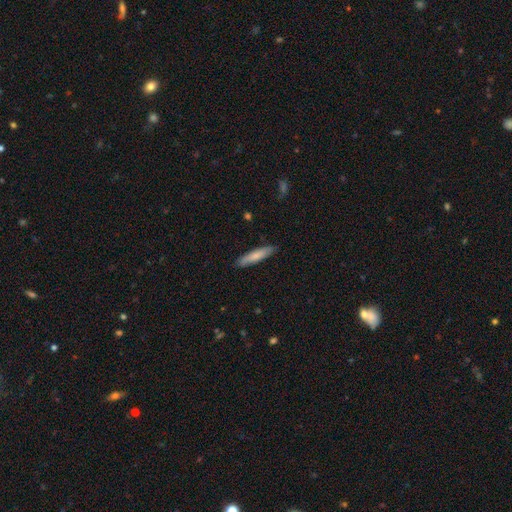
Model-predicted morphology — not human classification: Q: Smooth or featured?
A: smooth (75%); runner-up: featured or disk (20%)
Q: How rounded?
A: cigar-shaped (85%); runner-up: in between (14%)
Q: Merging?
A: none (87%); runner-up: minor disturbance (10%)